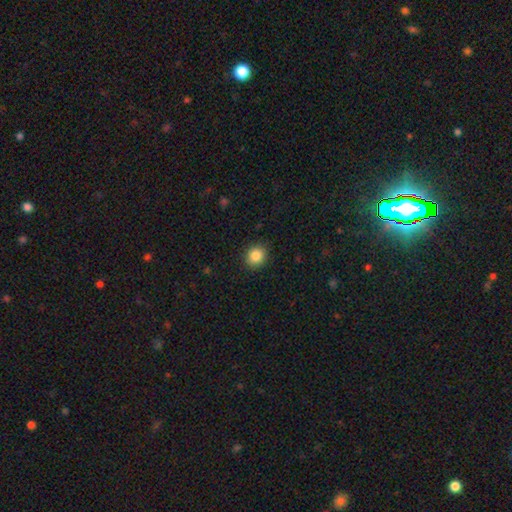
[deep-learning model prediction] smooth_or_featured: smooth (p=0.86) [alt: star or artifact p=0.10]
how_rounded: round (p=0.81) [alt: in between p=0.18]
merging: none (p=0.90) [alt: minor disturbance p=0.07]